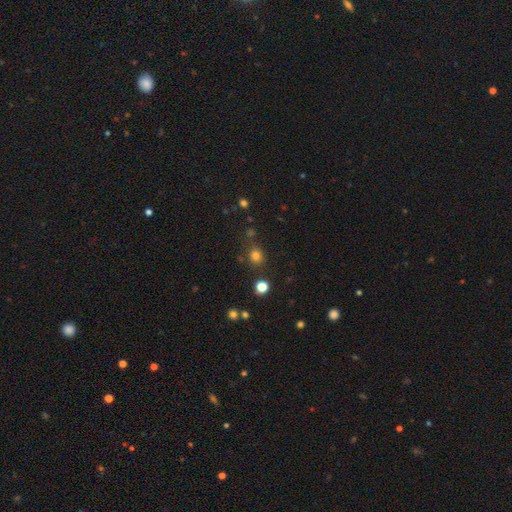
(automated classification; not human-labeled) Q: Smooth or featured?
A: smooth (77%); runner-up: star or artifact (17%)
Q: How rounded?
A: round (72%); runner-up: in between (27%)
Q: Merging?
A: none (79%); runner-up: minor disturbance (11%)